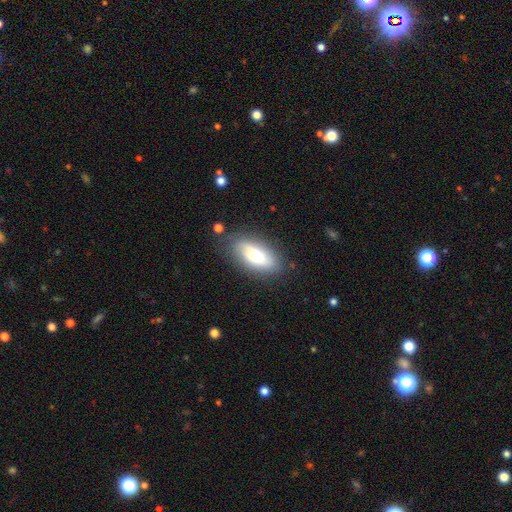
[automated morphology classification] Smooth or featured? smooth (77%)
How rounded? in between (82%)
Merging? none (78%)